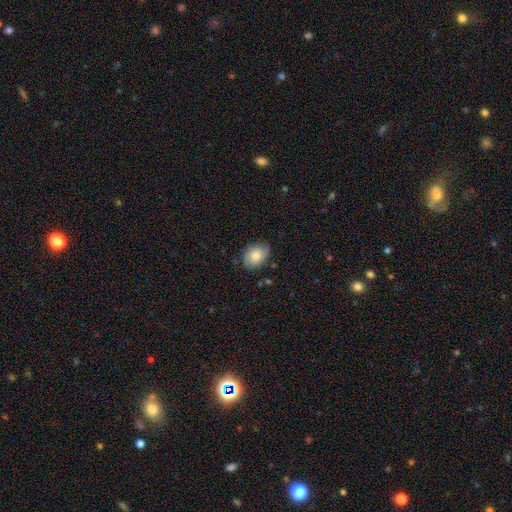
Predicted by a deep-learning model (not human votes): A smooth galaxy with no disk features (75%) that is in between round and cigar-shaped (71%). Merging: none (79%).